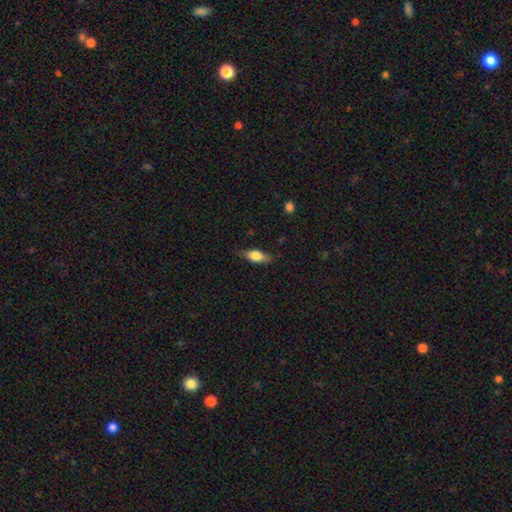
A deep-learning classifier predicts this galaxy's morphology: This appears to be a smooth galaxy with no disk features (63%) that is in between round and cigar-shaped (74%). Merging: none (76%).